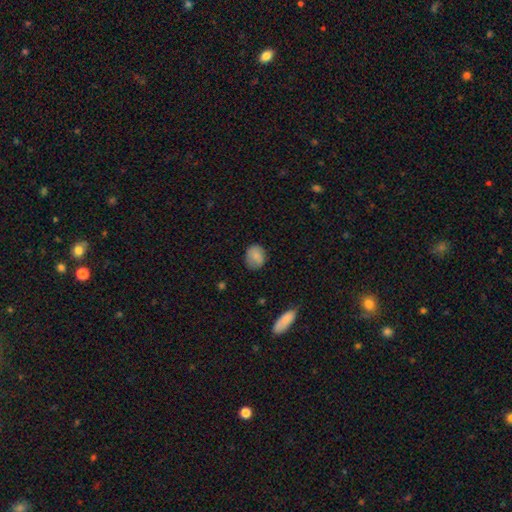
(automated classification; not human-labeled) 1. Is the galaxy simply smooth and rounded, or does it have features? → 81% smooth, 11% featured or disk, 8% star or artifact.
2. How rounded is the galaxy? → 60% round, 39% in between, 1% cigar-shaped.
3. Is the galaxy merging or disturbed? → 76% none, 19% minor disturbance, 4% major disturbance, 1% merger.